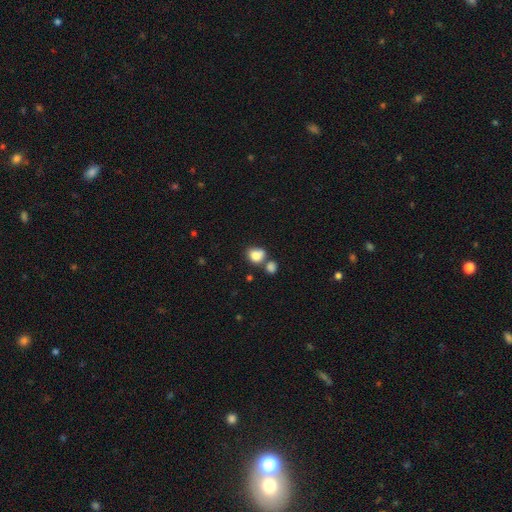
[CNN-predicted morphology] Smooth or featured?
  - smooth: 81% *
  - star or artifact: 10%
  - featured or disk: 9%
How rounded?
  - round: 55% *
  - in between: 44%
  - cigar-shaped: 1%
Merging?
  - none: 44% *
  - merger: 36%
  - minor disturbance: 15%
  - major disturbance: 6%